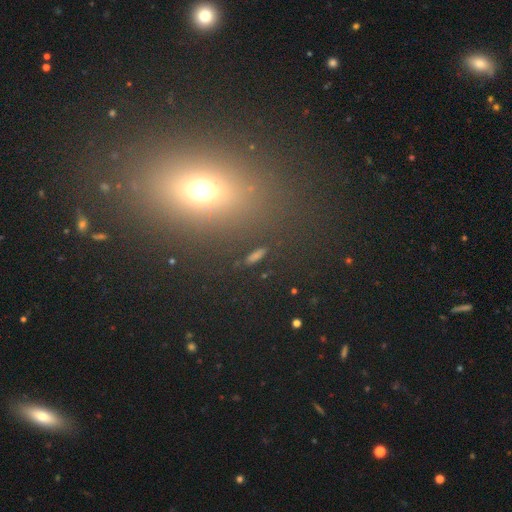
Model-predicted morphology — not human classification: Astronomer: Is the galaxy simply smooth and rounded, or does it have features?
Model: smooth — 45% (runner-up: star or artifact, 38%).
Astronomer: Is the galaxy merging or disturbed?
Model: none — 84%.